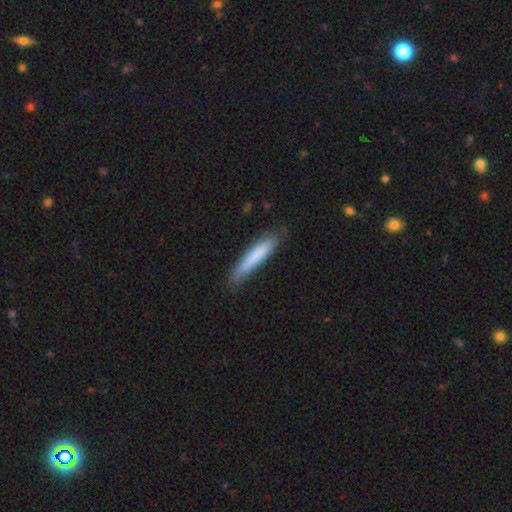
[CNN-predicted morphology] smooth 77%, featured or disk 17%, star or artifact 6%. Down the decision tree: how rounded — cigar-shaped (92%); merging — none (79%).